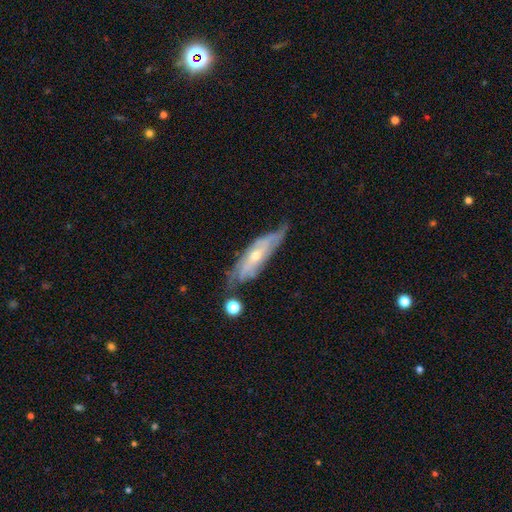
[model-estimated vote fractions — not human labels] featured or disk 73%, smooth 20%, star or artifact 7%. Down the decision tree: edge-on disk — no (67%); merging — none (58%).